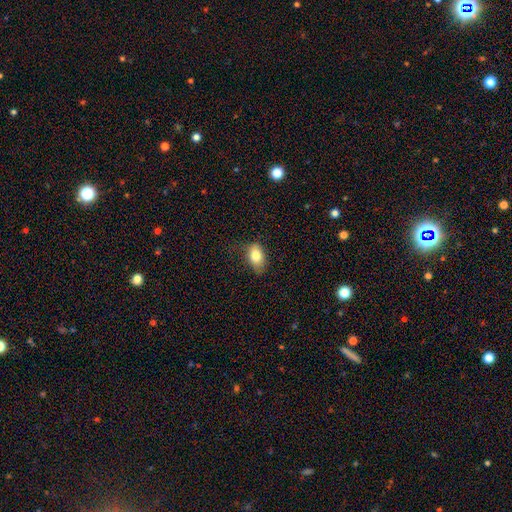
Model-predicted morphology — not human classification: Smooth or featured? smooth (81%)
How rounded? in between (87%)
Merging? none (63%)